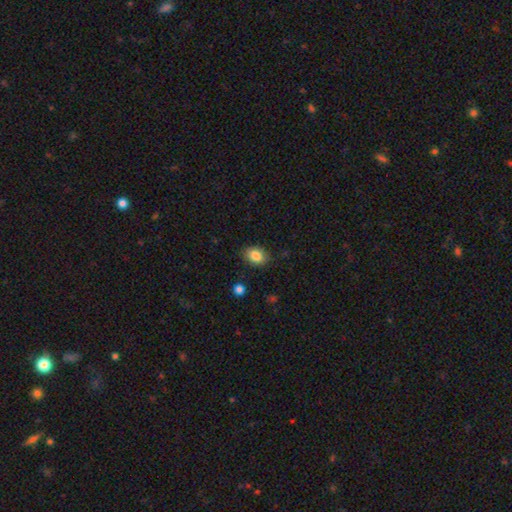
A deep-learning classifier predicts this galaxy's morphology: Smooth or featured? smooth (86%)
How rounded? in between (72%)
Merging? none (84%)